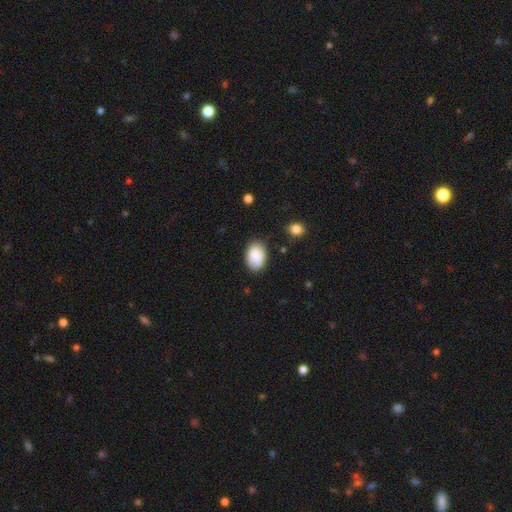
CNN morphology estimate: smooth_or_featured: smooth (p=0.87) [alt: star or artifact p=0.07]
how_rounded: in between (p=0.87) [alt: round p=0.12]
merging: none (p=0.79) [alt: minor disturbance p=0.16]